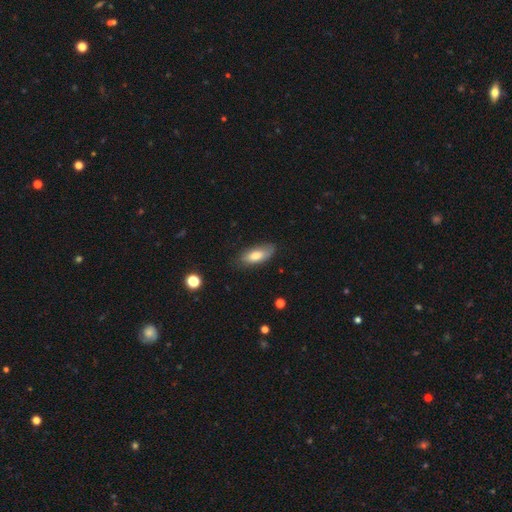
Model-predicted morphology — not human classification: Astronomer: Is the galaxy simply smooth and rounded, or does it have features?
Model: smooth — 78%.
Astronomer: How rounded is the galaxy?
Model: in between — 80%.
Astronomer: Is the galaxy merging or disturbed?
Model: none — 75%.